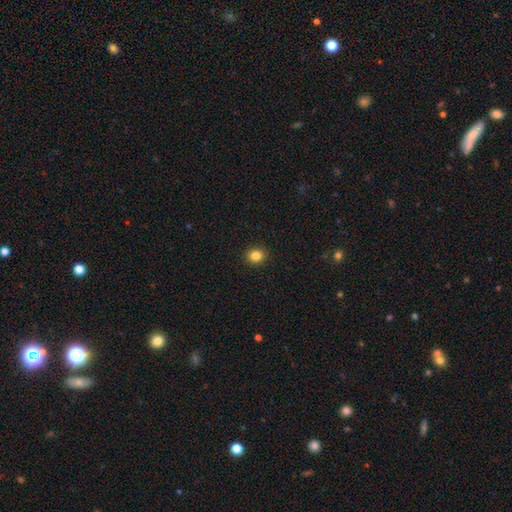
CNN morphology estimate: type=smooth (84%); roundness=round (76%); merging=none (92%).